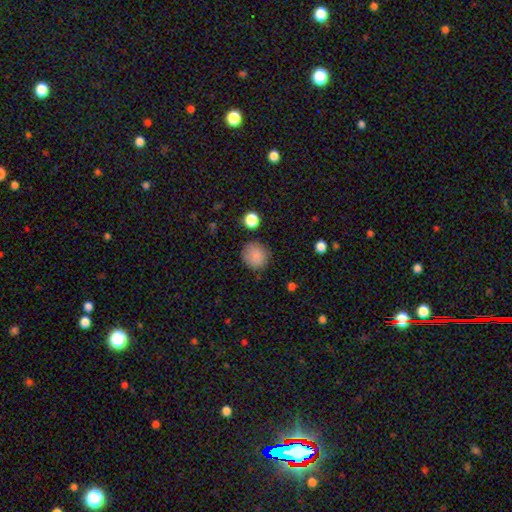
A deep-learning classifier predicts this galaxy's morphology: A smooth galaxy with no disk features (87%) that is round (87%). Merging: none (83%).